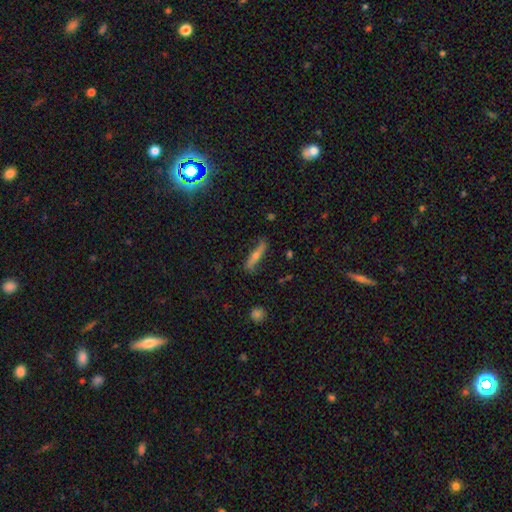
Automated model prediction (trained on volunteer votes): A featured or disk galaxy (53%) viewed edge-on (71%). Merging: none (78%).